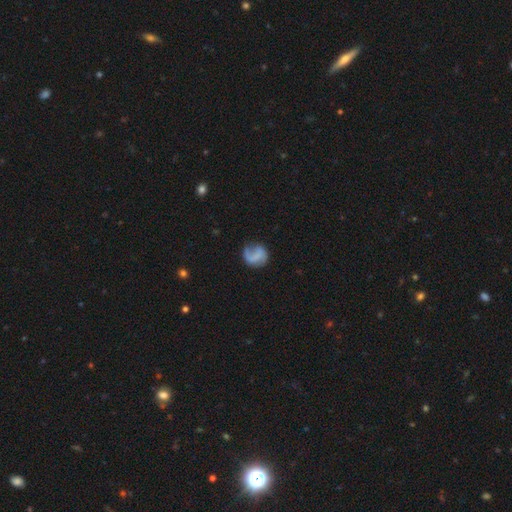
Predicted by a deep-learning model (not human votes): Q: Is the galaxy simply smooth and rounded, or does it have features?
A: featured or disk — 50%.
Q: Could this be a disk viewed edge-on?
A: no — 98%.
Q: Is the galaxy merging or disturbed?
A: none — 55%.